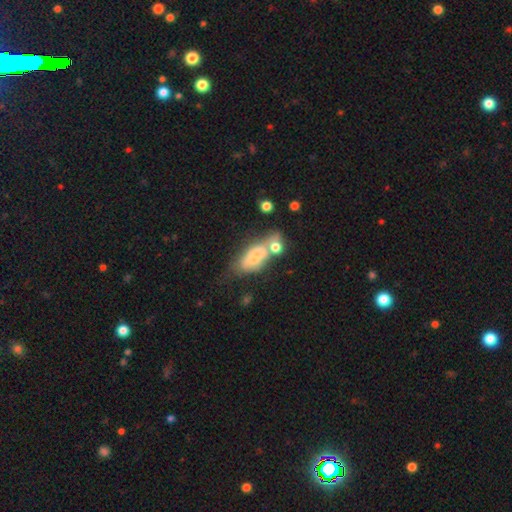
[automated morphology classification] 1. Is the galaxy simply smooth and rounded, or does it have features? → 61% smooth, 29% featured or disk, 10% star or artifact.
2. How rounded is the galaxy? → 80% in between, 13% cigar-shaped, 7% round.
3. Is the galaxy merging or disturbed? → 37% merger, 26% none, 20% minor disturbance, 18% major disturbance.